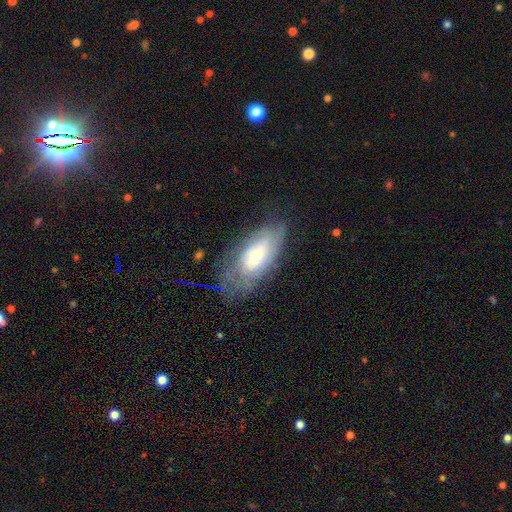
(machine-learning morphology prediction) type=featured or disk (55%); edge-on=no (87%); merging=none (60%).